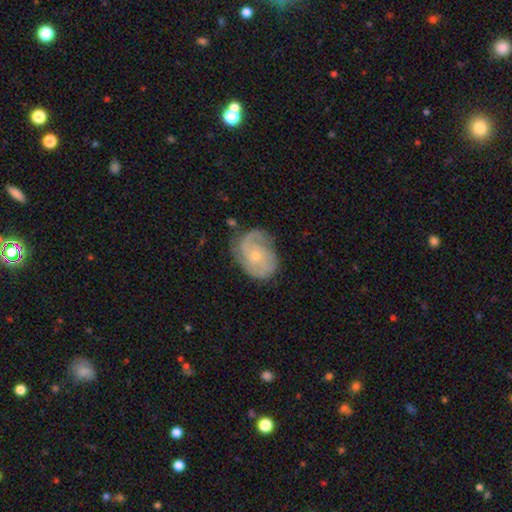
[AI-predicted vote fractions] Smooth or featured? featured or disk (78%)
Edge-on disk? no (98%)
Bar? no (70%)
Spiral arms? yes (94%)
Spiral winding? tight (42%, tied with medium)
Spiral arm count? 2 (50%)
Bulge size? small (65%)
Merging? none (66%)